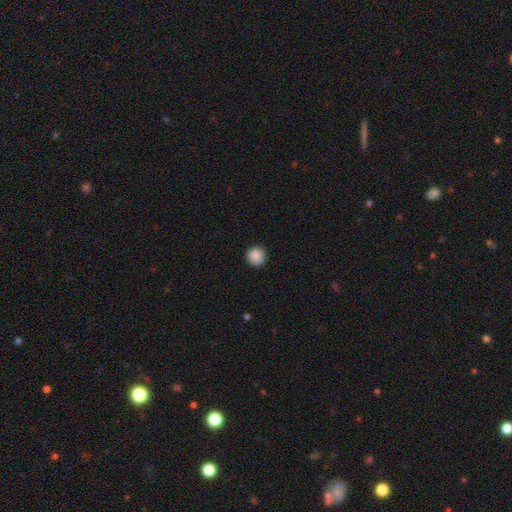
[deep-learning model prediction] A smooth galaxy with no disk features (88%) that is round (95%). Merging: none (91%).